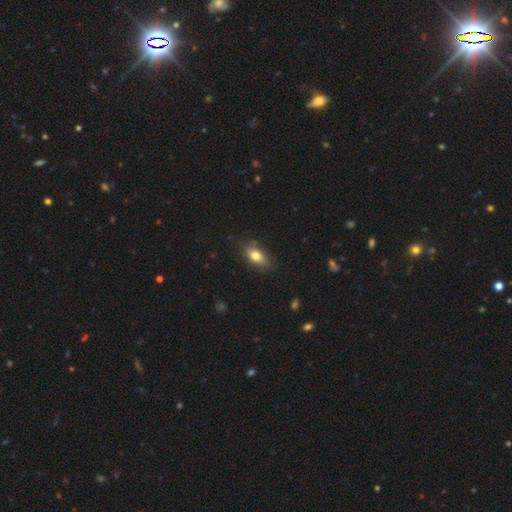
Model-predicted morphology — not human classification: Smooth or featured: smooth — 78% (featured or disk — 13%)
How rounded: in between — 84% (round — 9%)
Merging: none — 78% (minor disturbance — 17%)